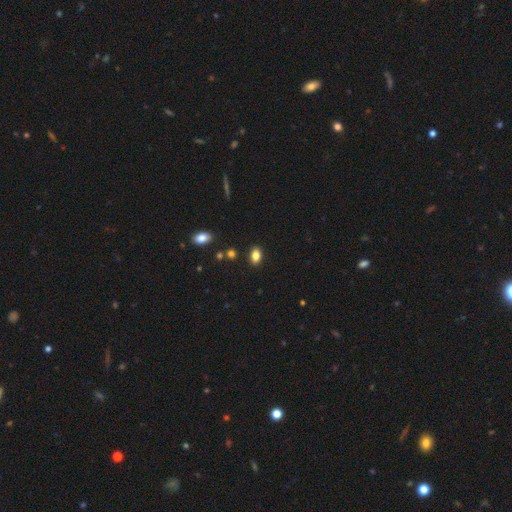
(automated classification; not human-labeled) Smooth or featured?
  - smooth: 83% *
  - star or artifact: 10%
  - featured or disk: 7%
How rounded?
  - in between: 86% *
  - round: 12%
  - cigar-shaped: 2%
Merging?
  - none: 87% *
  - minor disturbance: 8%
  - merger: 2%
  - major disturbance: 2%